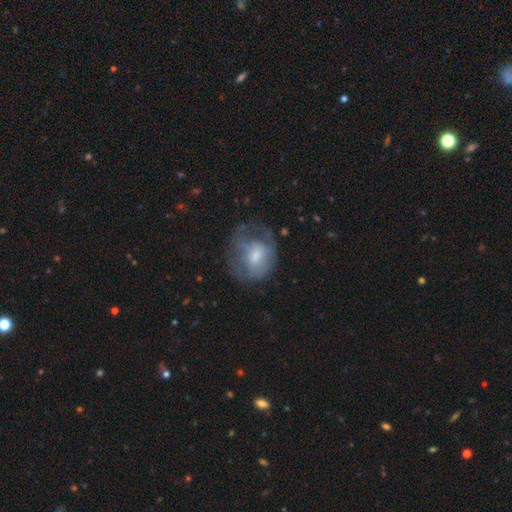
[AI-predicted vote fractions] This appears to be a smooth galaxy with no disk features (51%) that is round (55%). Merging: none (39%).